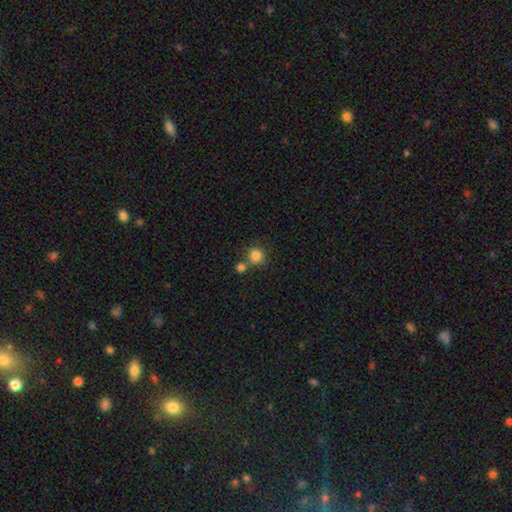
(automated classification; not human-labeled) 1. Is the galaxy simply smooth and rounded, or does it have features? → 84% smooth, 11% star or artifact, 5% featured or disk.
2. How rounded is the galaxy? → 92% round, 7% in between, 1% cigar-shaped.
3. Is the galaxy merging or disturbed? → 65% none, 23% merger, 8% minor disturbance, 3% major disturbance.